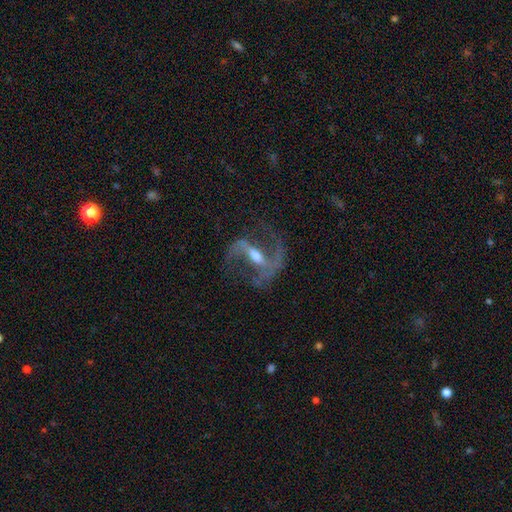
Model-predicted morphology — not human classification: smooth_or_featured: featured or disk (p=0.88) [alt: star or artifact p=0.06]
disk_edge_on: no (p=0.94) [alt: yes p=0.06]
bar: strong (p=0.47) [alt: weak p=0.40]
has_spiral_arms: yes (p=0.94) [alt: no p=0.06]
spiral_winding: loose (p=0.50) [alt: medium p=0.41]
spiral_arm_count: 2 (p=0.91) [alt: can't tell p=0.03]
bulge_size: moderate (p=0.61) [alt: small p=0.20]
merging: none (p=0.64) [alt: major disturbance p=0.18]